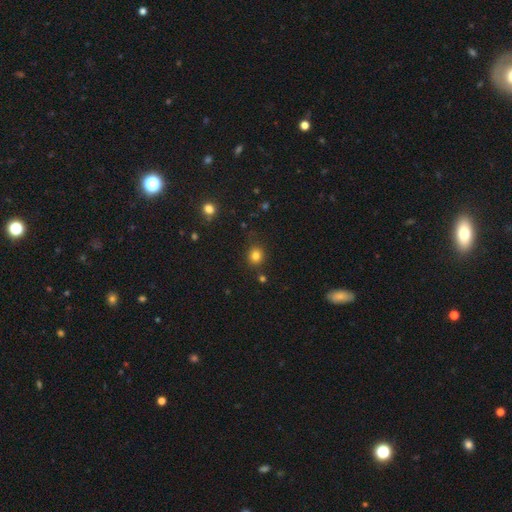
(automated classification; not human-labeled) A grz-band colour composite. It shows a smooth galaxy with no disk features (81%) that is round (83%). Merging: none (82%).